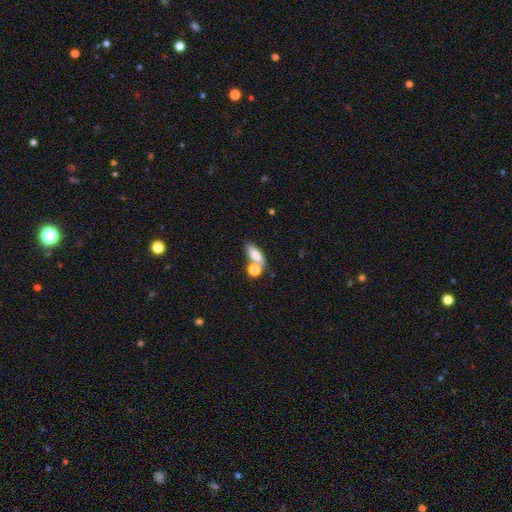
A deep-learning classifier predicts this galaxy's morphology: smooth-or-featured: smooth: 77% | featured or disk: 14% | star or artifact: 9%
  how-rounded: in between: 74% | cigar-shaped: 17% | round: 8%
  merging: none: 49% | merger: 33% | minor disturbance: 12% | major disturbance: 6%